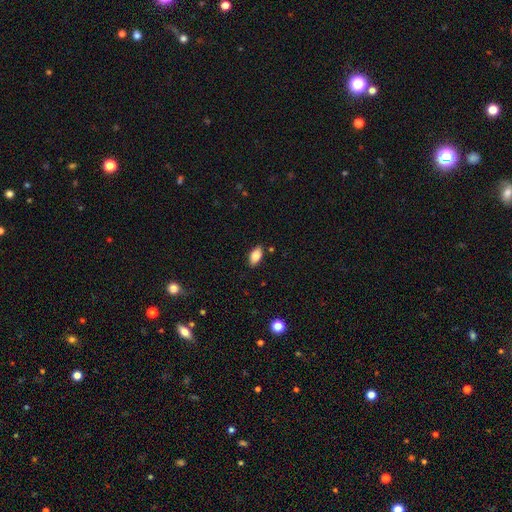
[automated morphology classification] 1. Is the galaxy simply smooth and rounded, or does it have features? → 83% smooth, 10% featured or disk, 7% star or artifact.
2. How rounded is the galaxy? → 92% in between, 5% cigar-shaped, 3% round.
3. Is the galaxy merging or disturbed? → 87% none, 9% minor disturbance, 2% major disturbance, 1% merger.